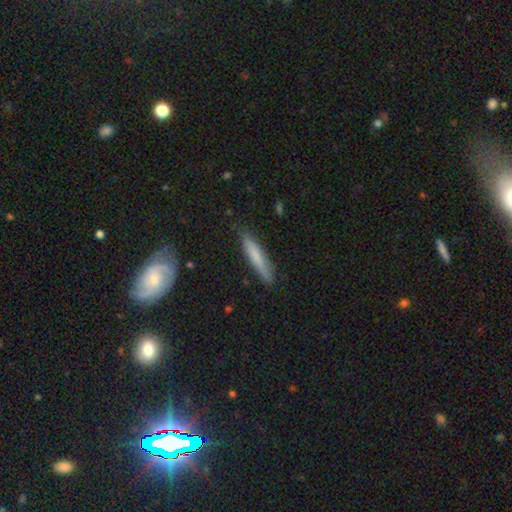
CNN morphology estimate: type=smooth (71%); roundness=cigar-shaped (92%); merging=none (85%).